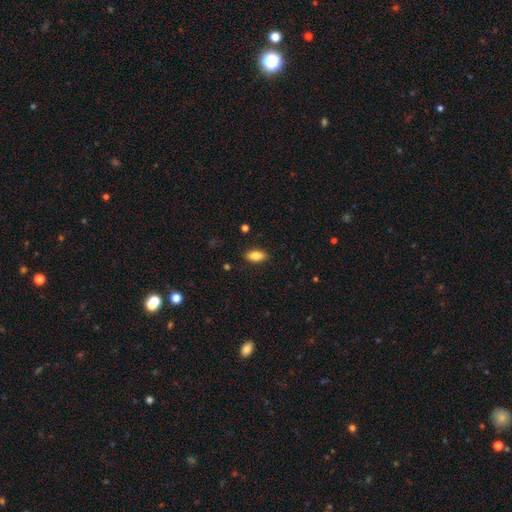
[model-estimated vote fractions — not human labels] smooth 83%, featured or disk 9%, star or artifact 8%. Down the decision tree: how rounded — in between (89%); merging — none (88%).